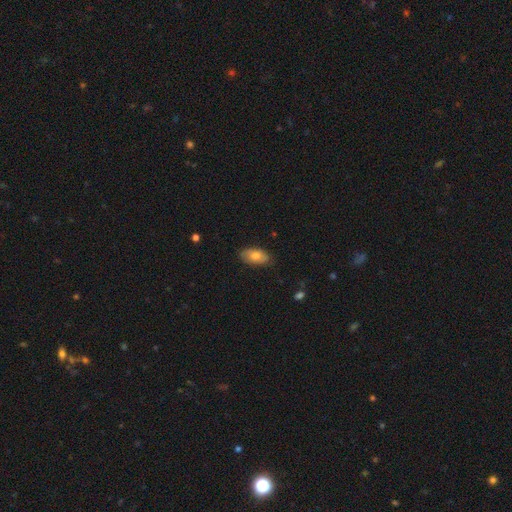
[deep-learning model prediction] Smooth or featured? smooth (73%)
How rounded? in between (93%)
Merging? none (82%)